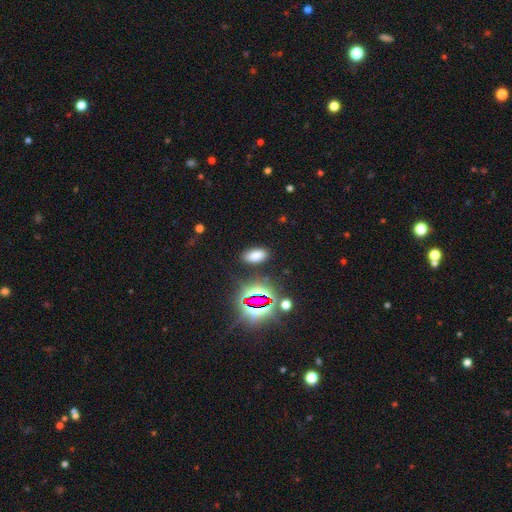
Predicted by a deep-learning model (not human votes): Smooth or featured? Predicted: smooth (p=0.69). How rounded? Predicted: in between (p=0.92). Merging? Predicted: none (p=0.87).